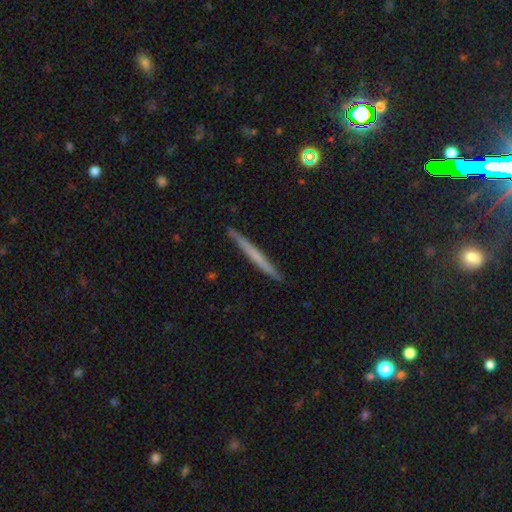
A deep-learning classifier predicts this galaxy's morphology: The model was most divided on "smooth or featured": smooth: 51%, featured or disk: 43%, star or artifact: 6%. More confident: how rounded — cigar-shaped (97%); merging — none (91%).